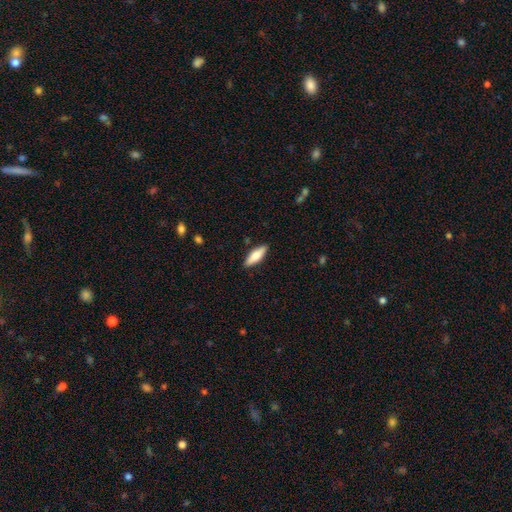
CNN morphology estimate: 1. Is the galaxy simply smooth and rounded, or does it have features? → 69% smooth, 26% featured or disk, 6% star or artifact.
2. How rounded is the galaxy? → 49% in between (tied), 49% cigar-shaped (tied), 2% round.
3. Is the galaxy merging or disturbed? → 88% none, 9% minor disturbance, 2% major disturbance, 1% merger.